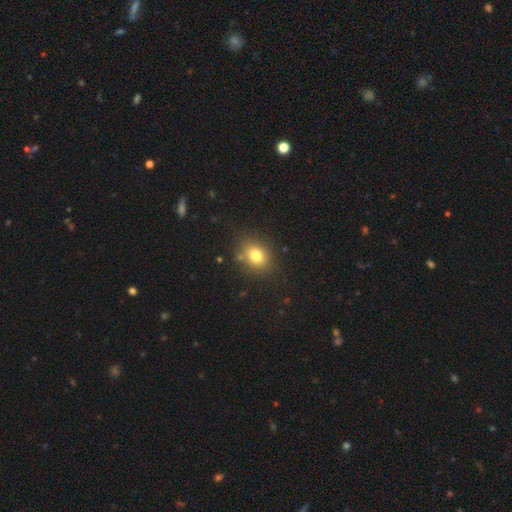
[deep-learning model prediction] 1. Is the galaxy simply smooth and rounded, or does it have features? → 78% smooth, 12% star or artifact, 9% featured or disk.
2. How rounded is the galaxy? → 51% round, 48% in between, 1% cigar-shaped.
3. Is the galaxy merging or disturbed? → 81% none, 12% minor disturbance, 4% merger, 4% major disturbance.